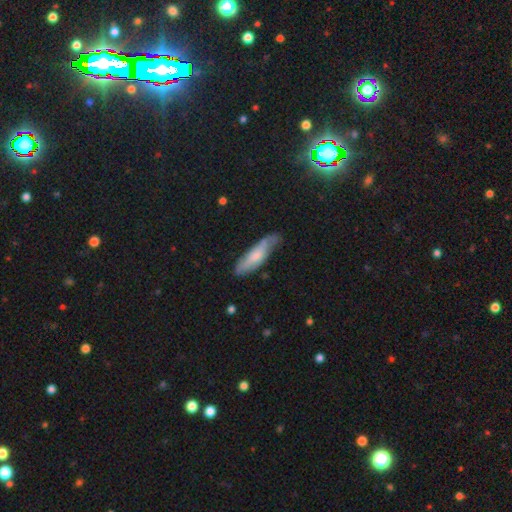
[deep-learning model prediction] This appears to be a smooth galaxy with no disk features (59%) that is cigar-shaped (64%). Merging: none (66%).